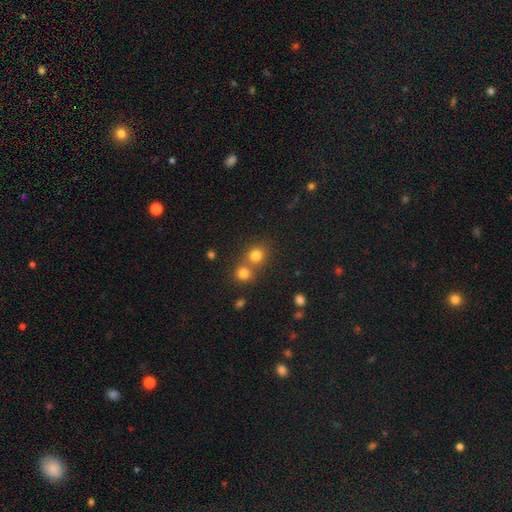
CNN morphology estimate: This appears to be a smooth galaxy with no disk features (78%) that is round (84%). Merging: none (53%).